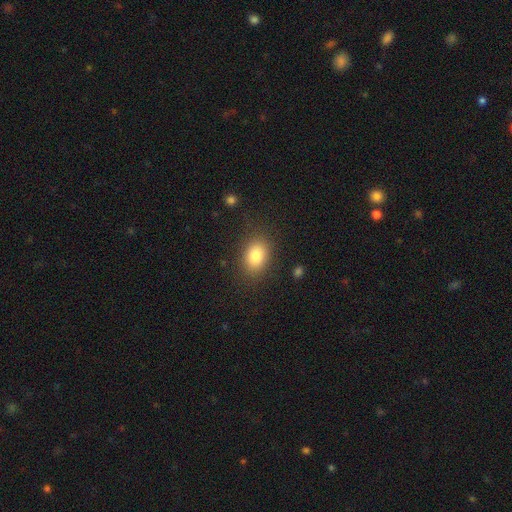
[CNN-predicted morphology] The model was most divided on "how rounded": in between: 74%, round: 24%, cigar-shaped: 1%. More confident: merging — none (84%); smooth or featured — smooth (83%).